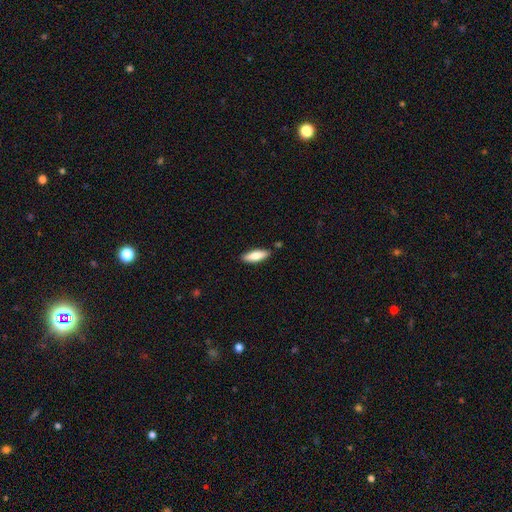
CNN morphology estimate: This is clearly a smooth galaxy (82%). How rounded: possibly in between (57%). Merging: clearly none (85%).